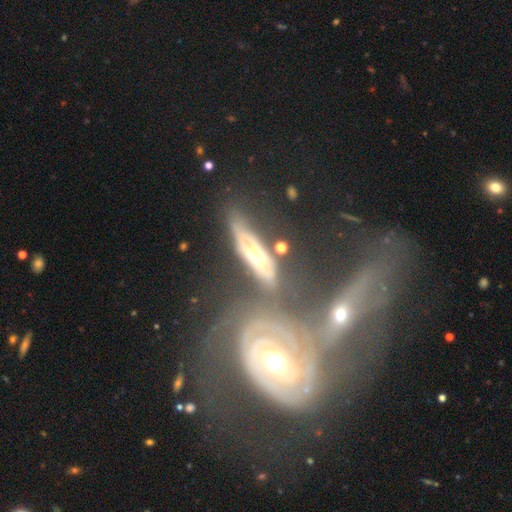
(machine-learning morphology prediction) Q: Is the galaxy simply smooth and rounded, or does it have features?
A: featured or disk — 75%.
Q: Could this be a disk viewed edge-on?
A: no — 62%.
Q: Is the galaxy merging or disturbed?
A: none — 39%.